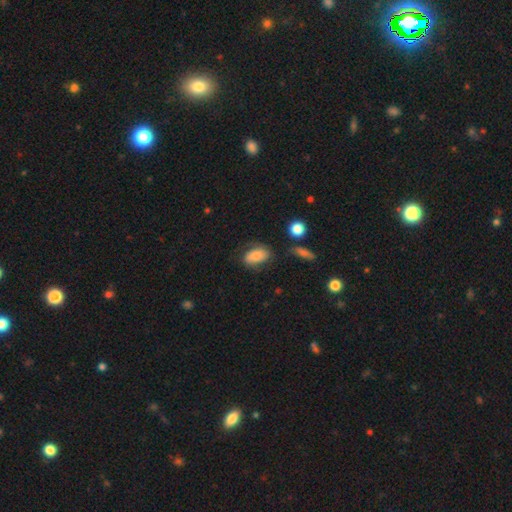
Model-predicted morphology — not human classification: The model was most divided on "merging": none: 62%, minor disturbance: 24%, major disturbance: 10%, merger: 4%. More confident: how rounded — in between (90%); smooth or featured — smooth (76%).